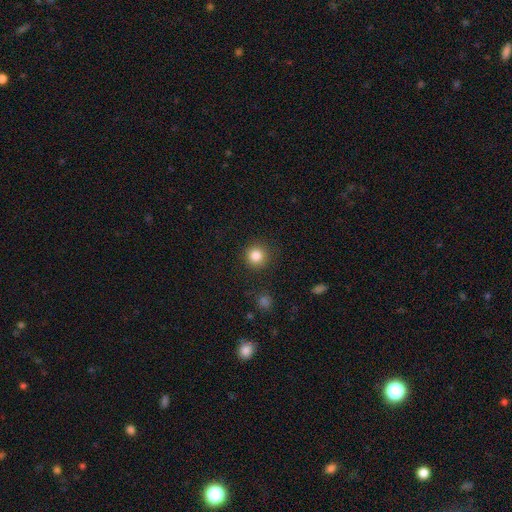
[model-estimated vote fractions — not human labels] smooth 85%, star or artifact 11%, featured or disk 5%. Down the decision tree: how rounded — round (94%); merging — none (89%).